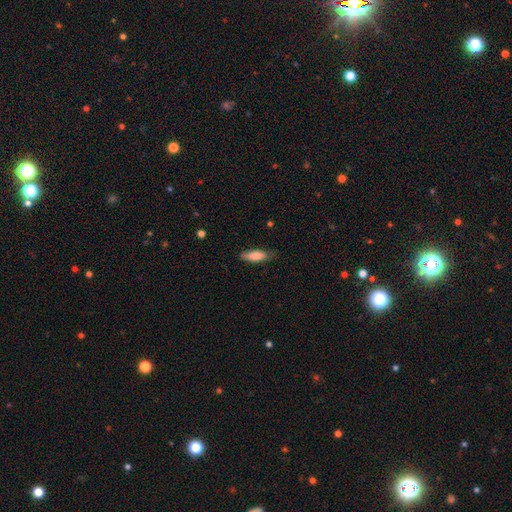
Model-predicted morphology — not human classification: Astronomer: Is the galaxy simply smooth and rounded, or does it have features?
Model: smooth — 83%.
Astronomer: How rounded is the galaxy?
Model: in between — 58% (runner-up: cigar-shaped, 40%).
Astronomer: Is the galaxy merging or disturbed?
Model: none — 73%.